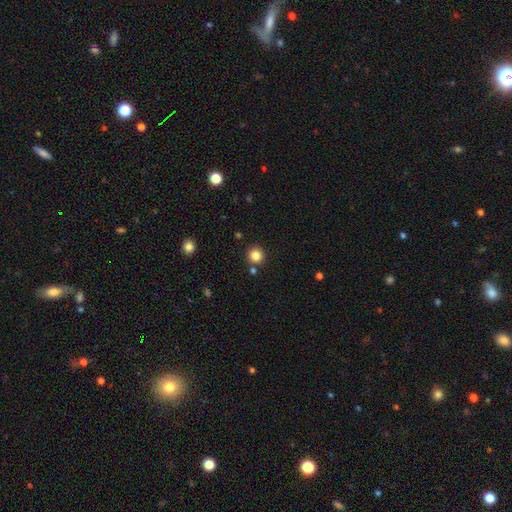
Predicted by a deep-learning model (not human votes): Smooth or featured? smooth (83%)
How rounded? round (94%)
Merging? none (86%)